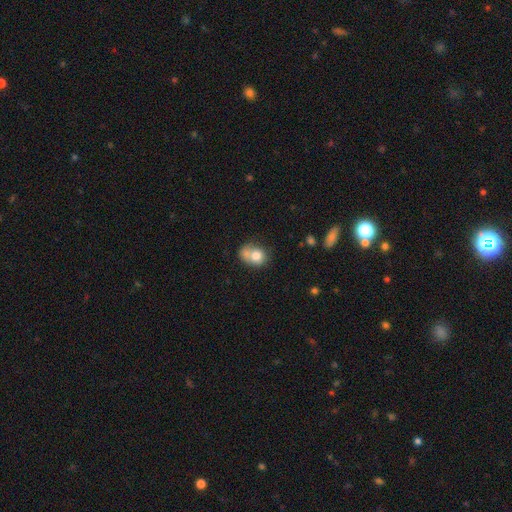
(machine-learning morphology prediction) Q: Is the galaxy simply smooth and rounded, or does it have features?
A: smooth — 74%.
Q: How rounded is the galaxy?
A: round — 54%.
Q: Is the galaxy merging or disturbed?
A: merger — 41%.